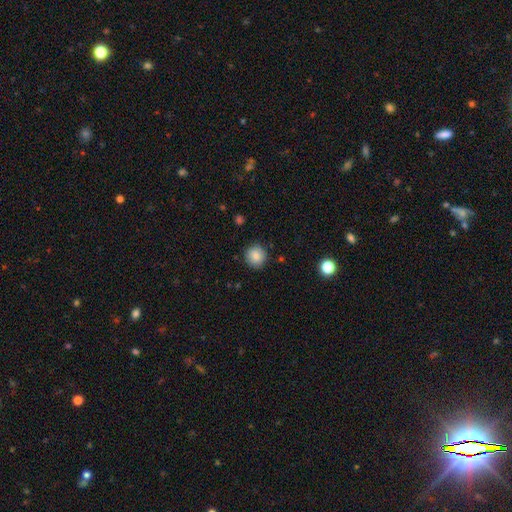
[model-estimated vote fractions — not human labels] Smooth or featured: smooth — 86% (star or artifact — 9%)
How rounded: round — 92% (in between — 7%)
Merging: none — 89% (minor disturbance — 8%)